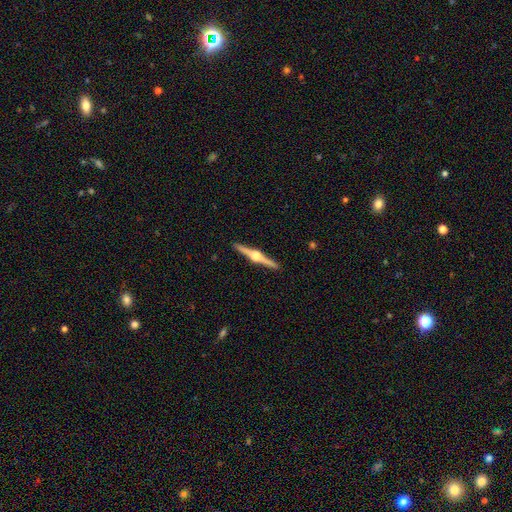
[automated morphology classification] This is clearly a featured or disk galaxy (87%). It is clearly viewed edge-on (99%). Edge-on bulge: clearly rounded (95%). Merging: clearly none (93%).